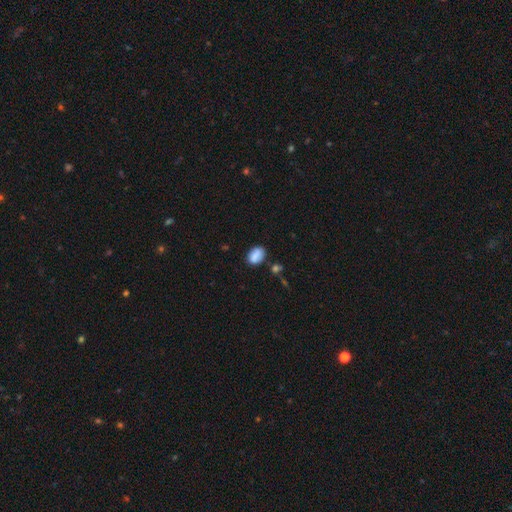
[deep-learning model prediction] Q: Smooth or featured?
A: smooth (83%); runner-up: featured or disk (9%)
Q: How rounded?
A: in between (79%); runner-up: round (19%)
Q: Merging?
A: none (71%); runner-up: minor disturbance (18%)